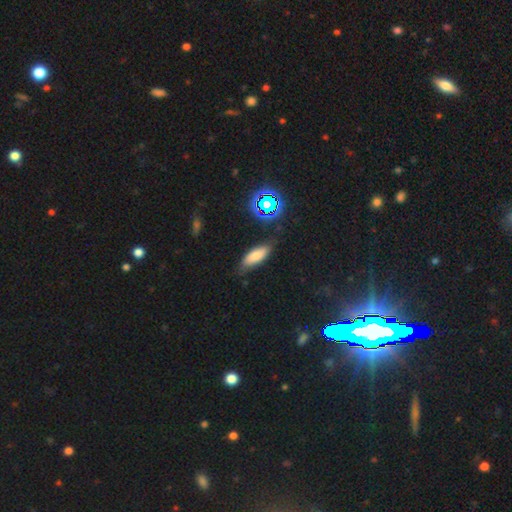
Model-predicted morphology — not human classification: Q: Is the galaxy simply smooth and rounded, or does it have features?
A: smooth — 71%.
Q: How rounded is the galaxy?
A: in between — 72%.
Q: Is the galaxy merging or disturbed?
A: none — 73%.